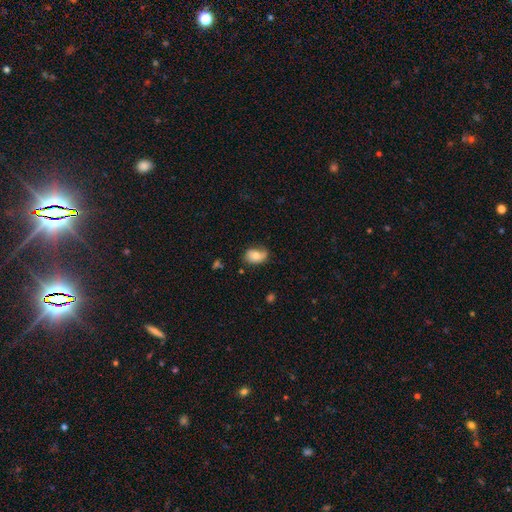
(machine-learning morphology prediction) The model was most divided on "merging": none: 58%, minor disturbance: 31%, major disturbance: 9%, merger: 2%. More confident: how rounded — in between (80%); smooth or featured — smooth (68%).